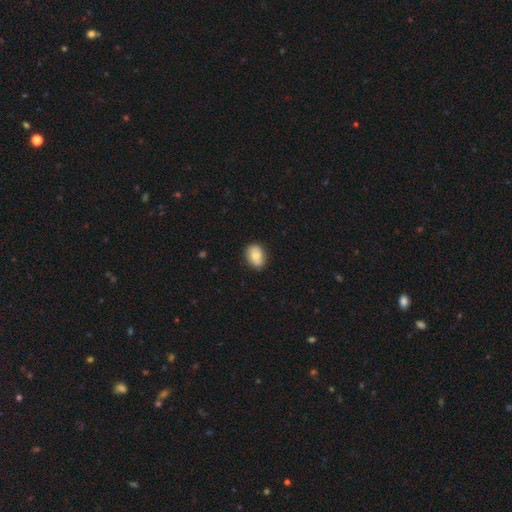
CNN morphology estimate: type=smooth (78%); roundness=in between (78%); merging=none (81%).